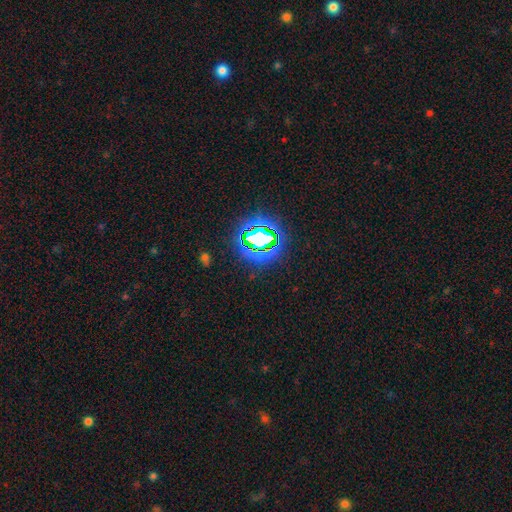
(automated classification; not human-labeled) Smooth or featured? star or artifact (80%)